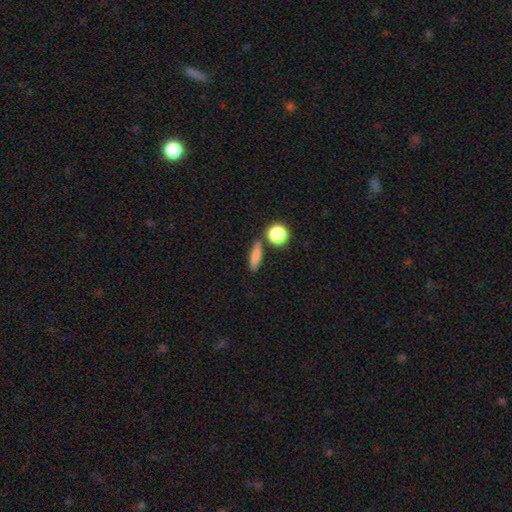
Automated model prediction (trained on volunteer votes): A smooth galaxy with no disk features (79%) that is cigar-shaped (53%).

Vote fractions:
- Smooth or featured? smooth: 79% / featured or disk: 11% / star or artifact: 10%
- How rounded? cigar-shaped: 53% / in between: 33% / round: 14%
- Merging? none: 77% / minor disturbance: 11% / merger: 8% / major disturbance: 3%